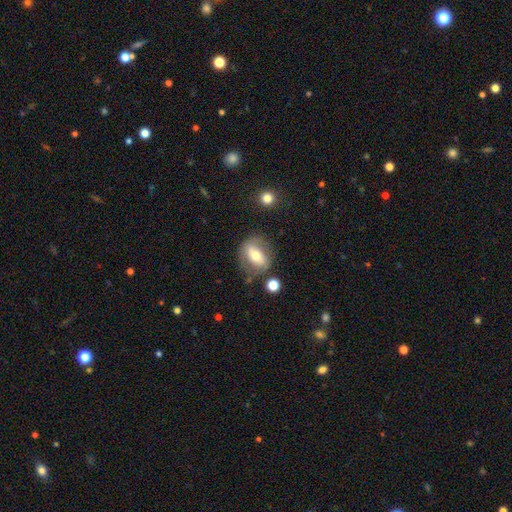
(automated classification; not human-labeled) featured or disk 51%, smooth 42%, star or artifact 7%. Down the decision tree: edge-on disk — no (91%); merging — none (66%).